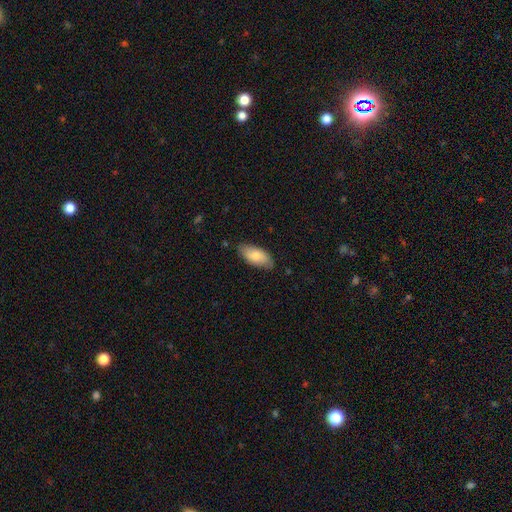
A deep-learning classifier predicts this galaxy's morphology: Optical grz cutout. It shows a smooth galaxy with no disk features (79%) that is in between round and cigar-shaped (90%). Merging: none (77%).